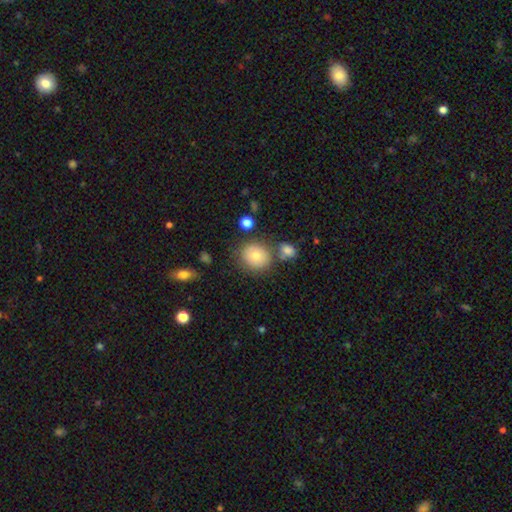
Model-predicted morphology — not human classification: A smooth galaxy with no disk features (76%) that is round (81%). Merging: none (75%).